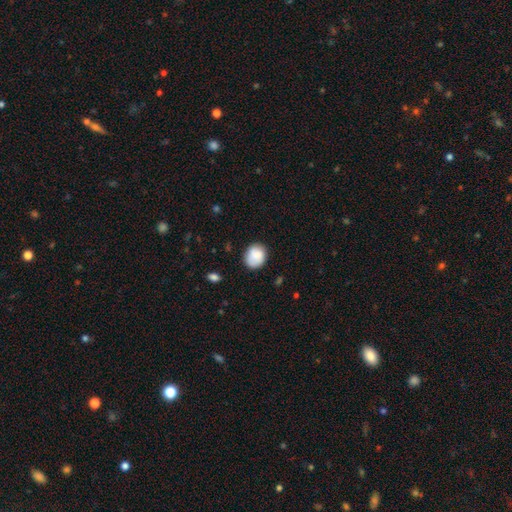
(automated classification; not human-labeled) The model was most divided on "how rounded": round: 63%, in between: 36%, cigar-shaped: 1%. More confident: smooth or featured — smooth (84%); merging — none (76%).